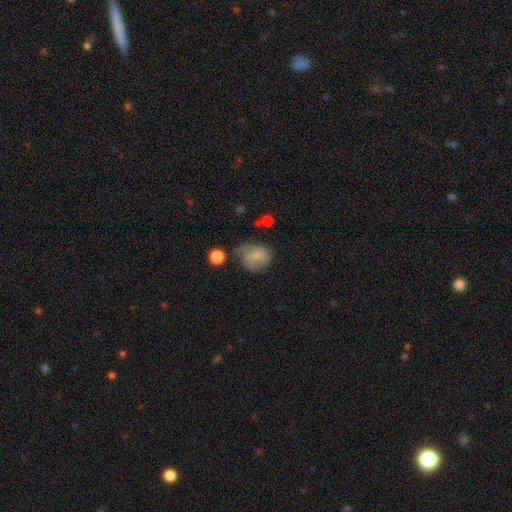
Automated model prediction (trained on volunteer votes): Smooth or featured? smooth (72%)
How rounded? round (57%)
Merging? none (43%)